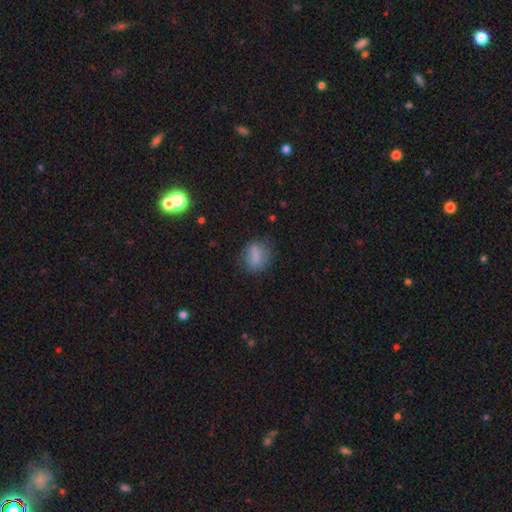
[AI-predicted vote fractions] Q: Smooth or featured?
A: smooth (77%); runner-up: featured or disk (14%)
Q: How rounded?
A: in between (57%); runner-up: round (38%)
Q: Merging?
A: none (73%); runner-up: minor disturbance (19%)